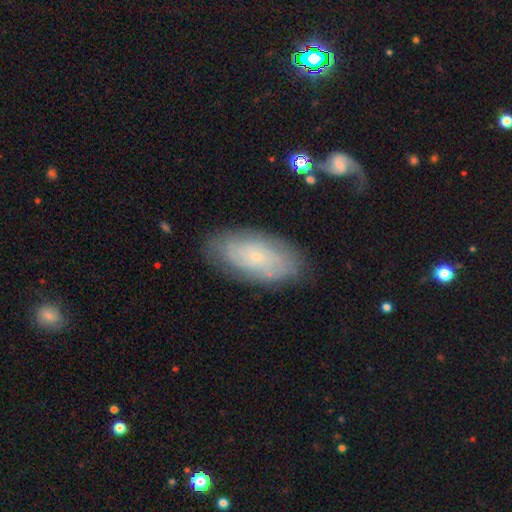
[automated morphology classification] featured or disk 45%, smooth 42%, star or artifact 13%. Down the decision tree: merging — none (82%).